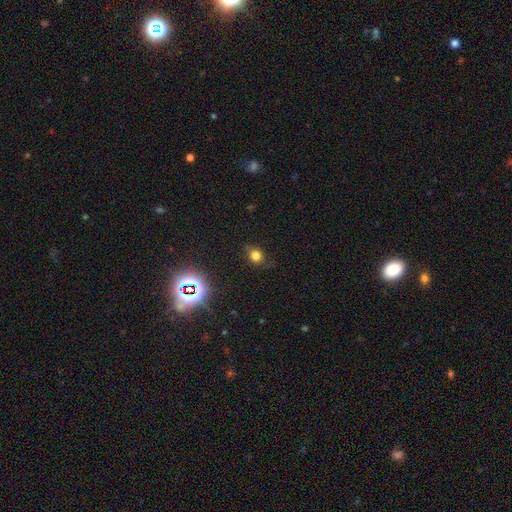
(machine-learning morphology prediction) Smooth or featured? smooth (69%)
How rounded? round (70%)
Merging? none (70%)